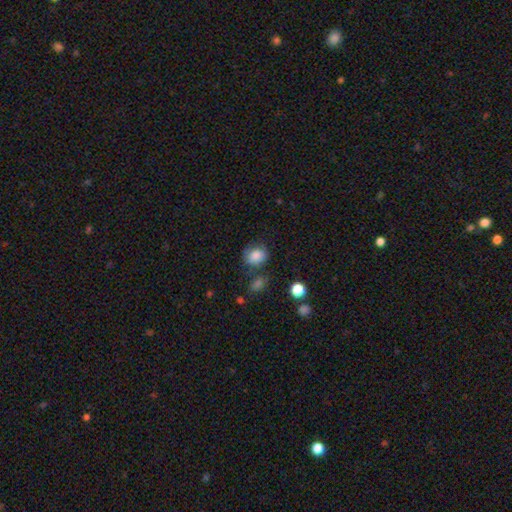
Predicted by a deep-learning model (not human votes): Smooth or featured? smooth (83%)
How rounded? round (57%)
Merging? none (63%)